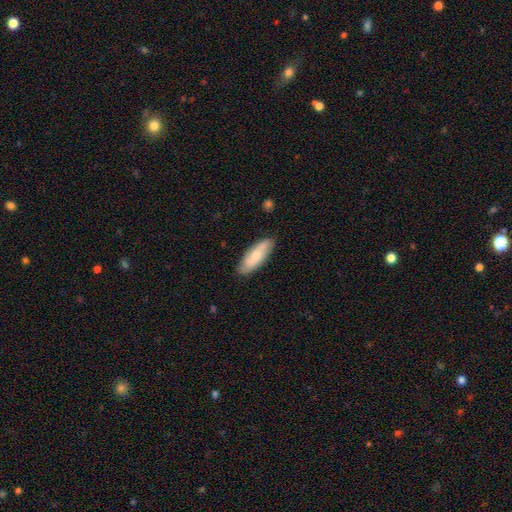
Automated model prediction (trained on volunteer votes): This is likely a smooth galaxy (64%). How rounded: likely in between (68%). Merging: clearly none (85%).